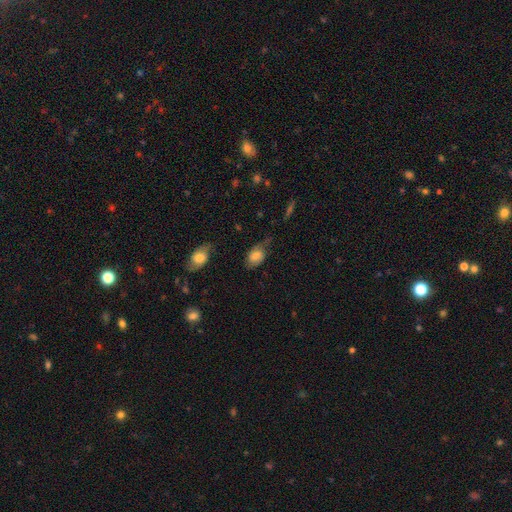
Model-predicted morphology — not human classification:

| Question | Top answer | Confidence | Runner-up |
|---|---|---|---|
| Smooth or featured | smooth | 64% | featured or disk (27%) |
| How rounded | in between | 81% | round (17%) |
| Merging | none | 50% | minor disturbance (32%) |